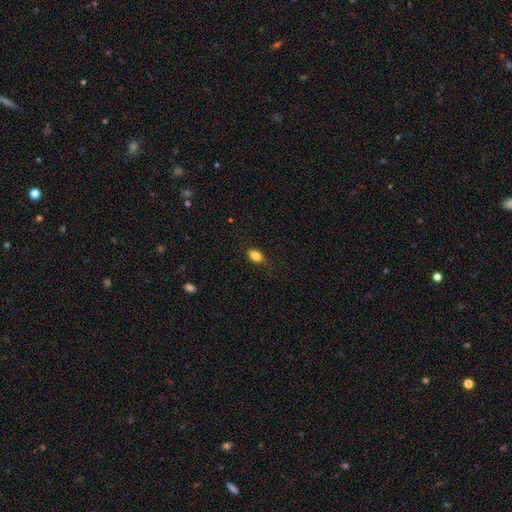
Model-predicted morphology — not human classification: Q: Smooth or featured?
A: smooth (83%); runner-up: featured or disk (9%)
Q: How rounded?
A: in between (85%); runner-up: round (11%)
Q: Merging?
A: none (79%); runner-up: minor disturbance (17%)